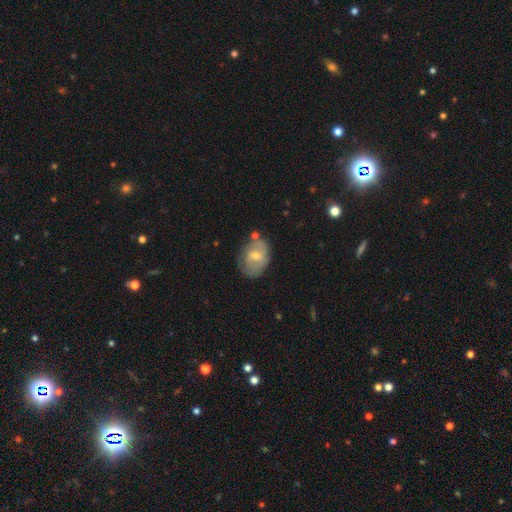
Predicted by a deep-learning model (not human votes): Q: Smooth or featured?
A: featured or disk (51%); runner-up: smooth (41%)
Q: Edge-on disk?
A: no (95%); runner-up: yes (5%)
Q: Merging?
A: none (62%); runner-up: minor disturbance (24%)